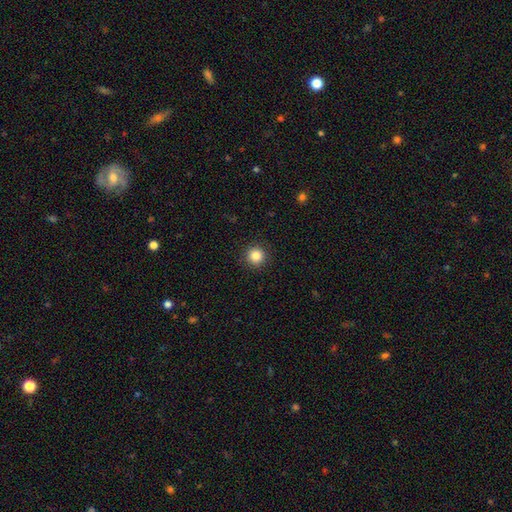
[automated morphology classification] smooth-or-featured: smooth: 85% | star or artifact: 11% | featured or disk: 4%
  how-rounded: round: 95% | in between: 4% | cigar-shaped: 1%
  merging: none: 92% | minor disturbance: 5% | major disturbance: 2% | merger: 1%